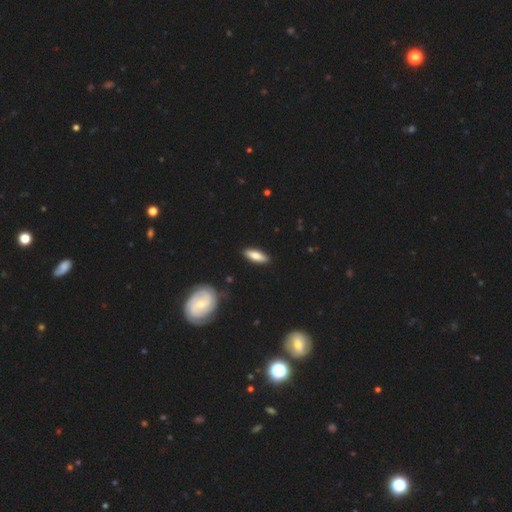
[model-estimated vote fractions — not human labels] A smooth galaxy with no disk features (75%) that is in between round and cigar-shaped (59%). Merging: none (88%).